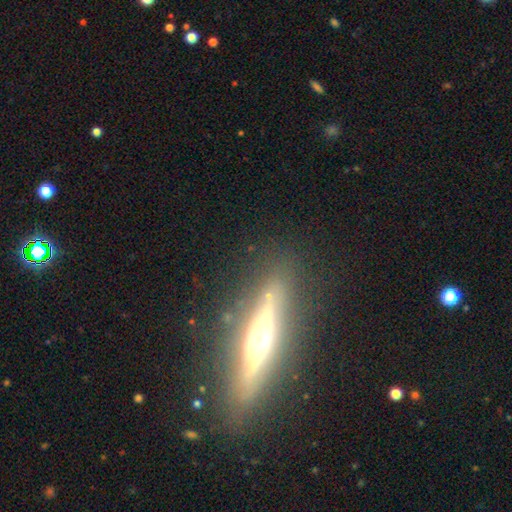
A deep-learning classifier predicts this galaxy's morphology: This appears to be a featured or disk galaxy (73%) viewed edge-on (91%) with a rounded central bulge (91%). Merging: none (83%).